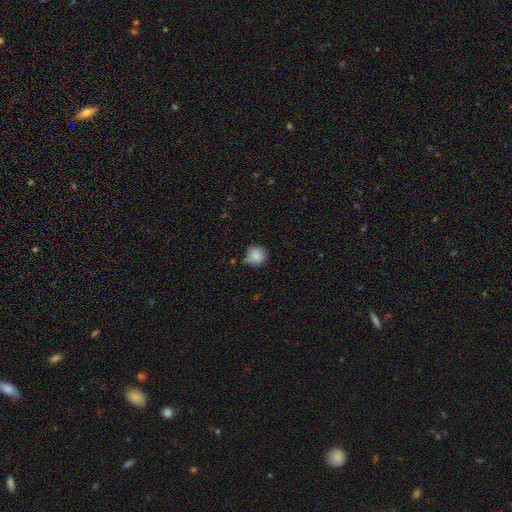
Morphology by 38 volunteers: smooth_or_featured: smooth (p=0.95) [alt: star or artifact p=0.05]
how_rounded: round (p=0.94) [alt: in between p=0.06]
merging: none (p=0.50) [alt: minor disturbance p=0.47]